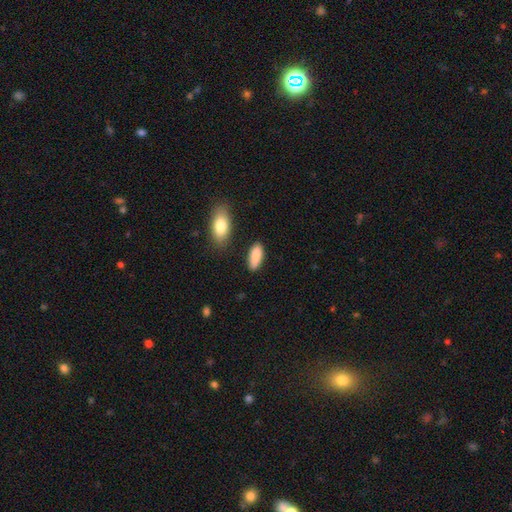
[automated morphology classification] The model was most divided on "how rounded": in between: 78%, cigar-shaped: 20%, round: 2%. More confident: smooth or featured — smooth (88%); merging — none (83%).